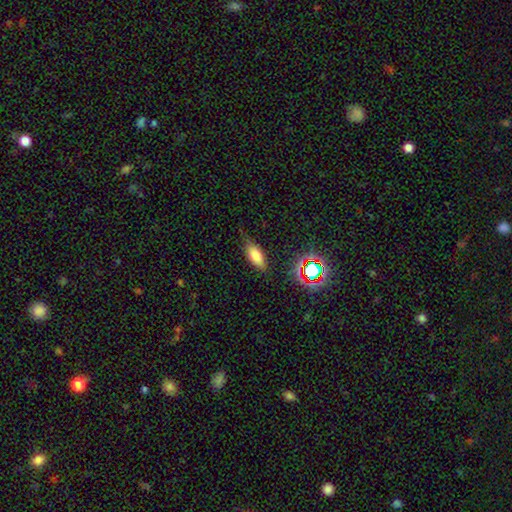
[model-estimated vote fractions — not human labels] Morphology: type=smooth (74%); roundness=in between (78%); merging=none (75%).